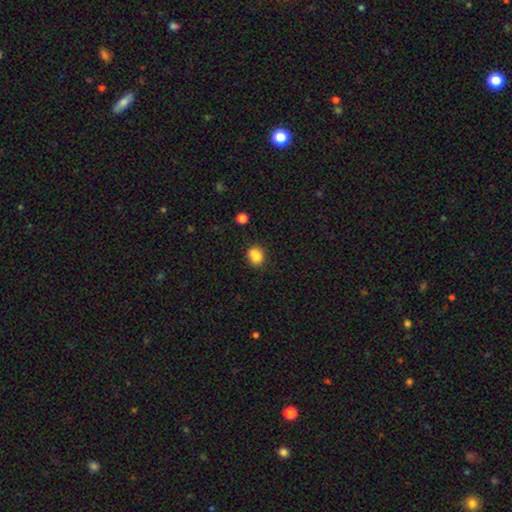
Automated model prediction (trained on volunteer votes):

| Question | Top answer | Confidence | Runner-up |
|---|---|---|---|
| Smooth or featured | smooth | 83% | star or artifact (10%) |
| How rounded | in between | 51% | round (48%) |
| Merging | none | 62% | minor disturbance (20%) |